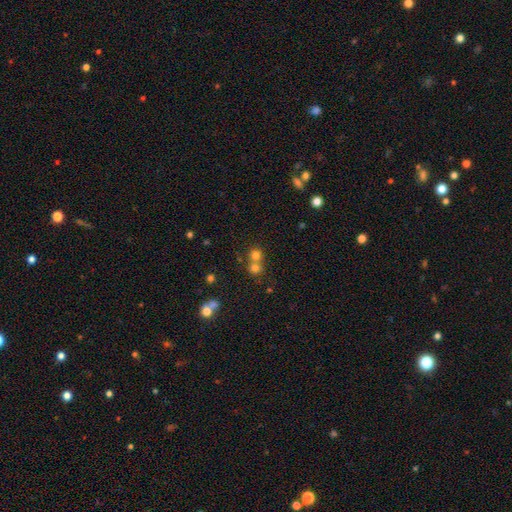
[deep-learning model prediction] smooth 72%, star or artifact 18%, featured or disk 10%. Down the decision tree: how rounded — round (88%); merging — merger (47%).